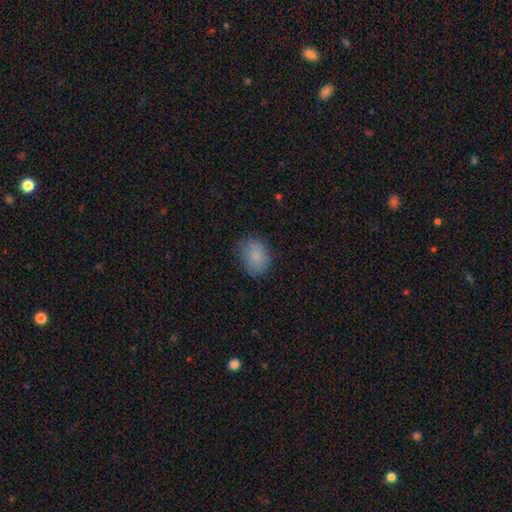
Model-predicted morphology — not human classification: smooth-or-featured: smooth: 83% | featured or disk: 8% | star or artifact: 8%
  how-rounded: in between: 52% | round: 47% | cigar-shaped: 1%
  merging: none: 74% | minor disturbance: 20% | major disturbance: 5% | merger: 1%